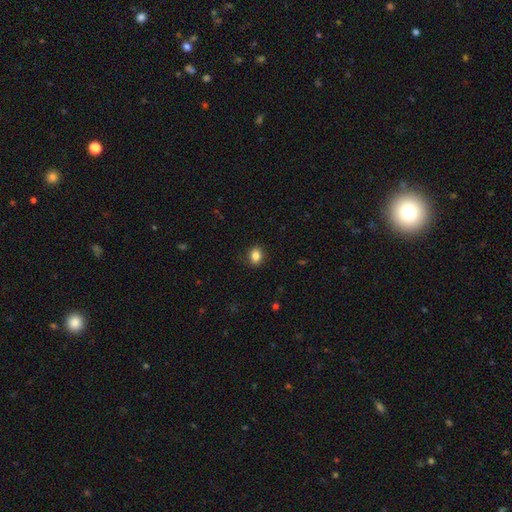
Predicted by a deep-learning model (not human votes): Smooth or featured? smooth (86%)
How rounded? in between (61%)
Merging? none (89%)